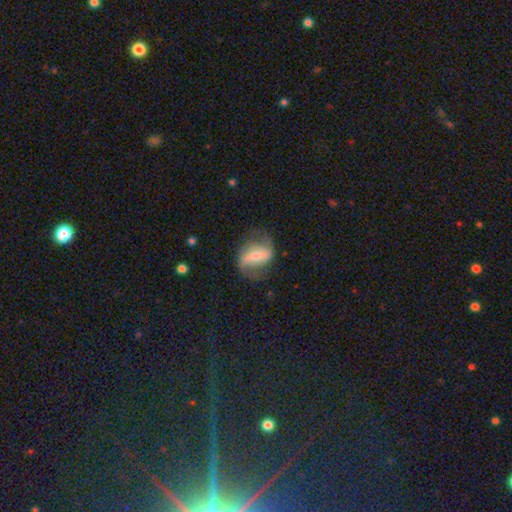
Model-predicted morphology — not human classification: This is likely a featured or disk galaxy (76%). It is clearly not viewed edge-on (94%). Bar: possibly strong (51%). Spiral arm pattern: clearly yes (88%). Spiral arm count: clearly 2 (87%). Spiral winding: possibly loose (56%). Central bulge: possibly moderate (49%). Merging: likely none (70%).